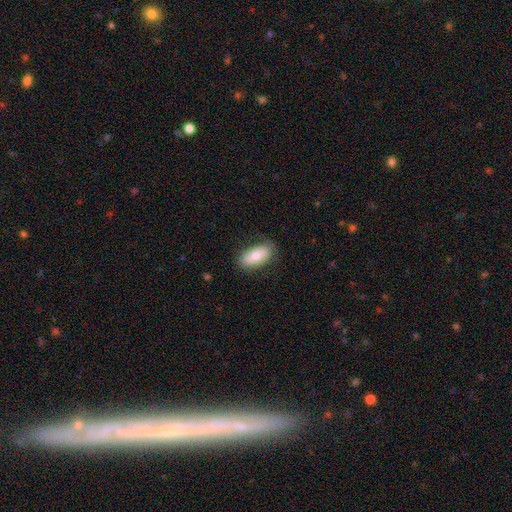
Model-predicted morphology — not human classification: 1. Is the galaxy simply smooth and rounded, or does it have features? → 71% smooth, 23% featured or disk, 7% star or artifact.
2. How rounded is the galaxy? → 92% in between, 4% round, 4% cigar-shaped.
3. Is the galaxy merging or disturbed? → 77% none, 18% minor disturbance, 4% major disturbance, 1% merger.